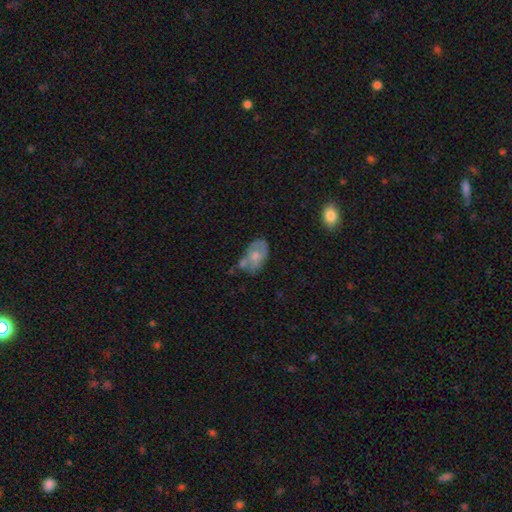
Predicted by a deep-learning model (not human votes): Smooth or featured: smooth — 57% (featured or disk — 35%)
How rounded: in between — 89% (round — 10%)
Merging: none — 37% (minor disturbance — 28%)